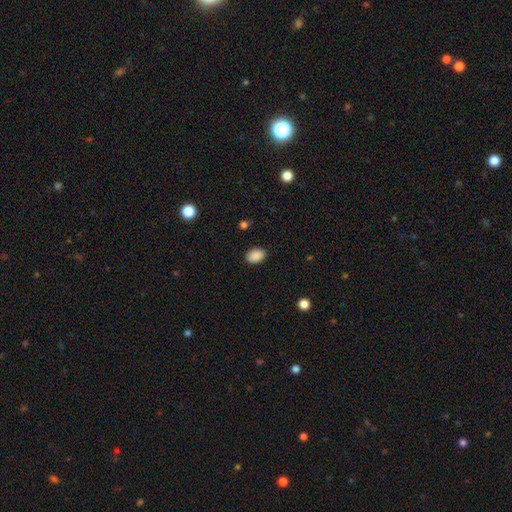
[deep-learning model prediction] A smooth galaxy with no disk features (89%) that is in between round and cigar-shaped (83%).

Vote fractions:
- Smooth or featured? smooth: 89% / star or artifact: 8% / featured or disk: 3%
- How rounded? in between: 83% / round: 16% / cigar-shaped: 1%
- Merging? none: 87% / minor disturbance: 9% / major disturbance: 2% / merger: 1%